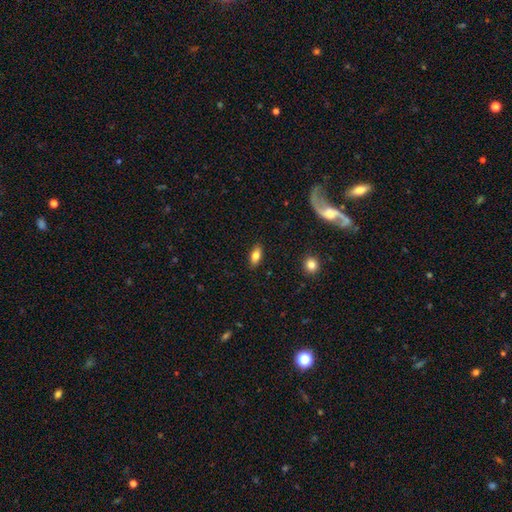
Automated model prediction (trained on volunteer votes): Smooth or featured? smooth (79%)
How rounded? in between (86%)
Merging? none (88%)